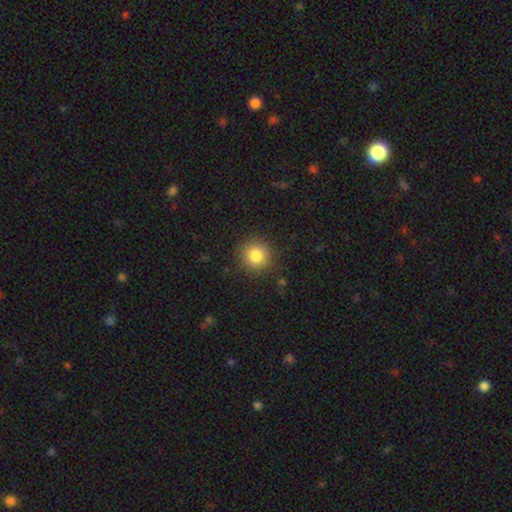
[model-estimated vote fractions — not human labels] smooth_or_featured: smooth (p=0.84) [alt: star or artifact p=0.11]
how_rounded: round (p=0.94) [alt: in between p=0.05]
merging: none (p=0.89) [alt: minor disturbance p=0.07]